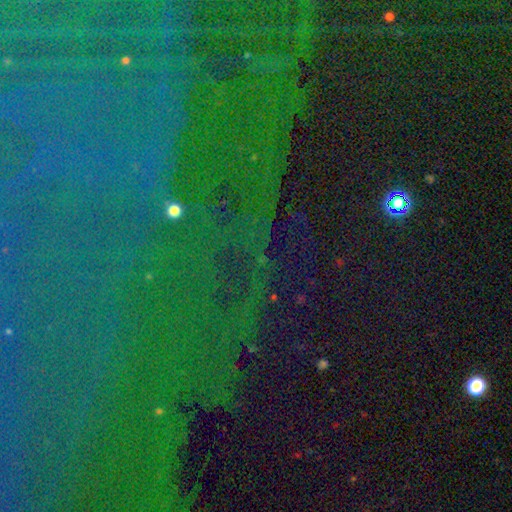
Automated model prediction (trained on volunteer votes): smooth_or_featured: star or artifact (p=0.83) [alt: featured or disk p=0.08]